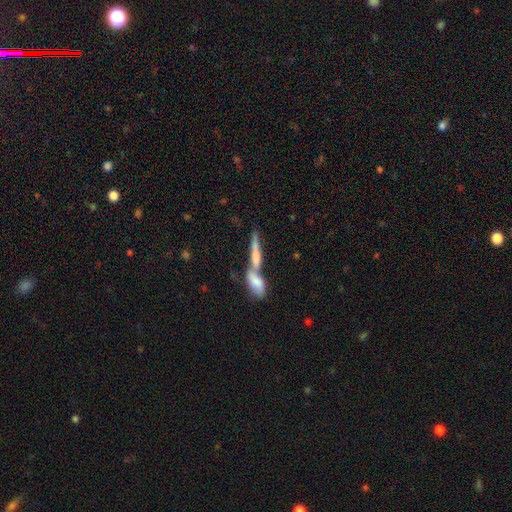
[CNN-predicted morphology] A smooth galaxy with no disk features (56%) that is cigar-shaped (67%).

Vote fractions:
- Smooth or featured? smooth: 56% / featured or disk: 37% / star or artifact: 7%
- How rounded? cigar-shaped: 67% / in between: 29% / round: 4%
- Merging? merger: 58% / none: 30% / minor disturbance: 8% / major disturbance: 4%